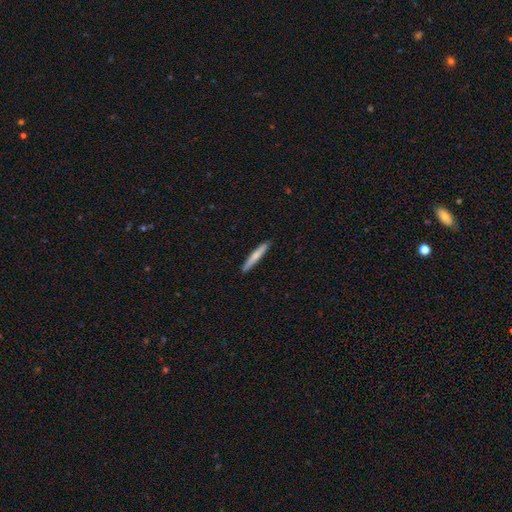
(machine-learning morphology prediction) Smooth or featured? Predicted: smooth (p=0.66). How rounded? Predicted: cigar-shaped (p=0.95). Merging? Predicted: none (p=0.91).